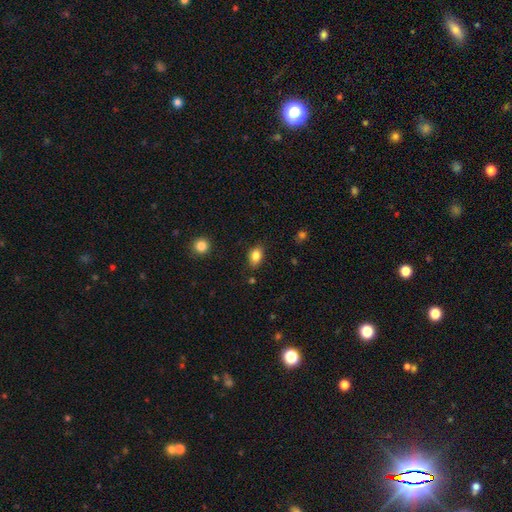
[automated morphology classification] A smooth galaxy with no disk features (84%) that is in between round and cigar-shaped (81%). Merging: none (83%).